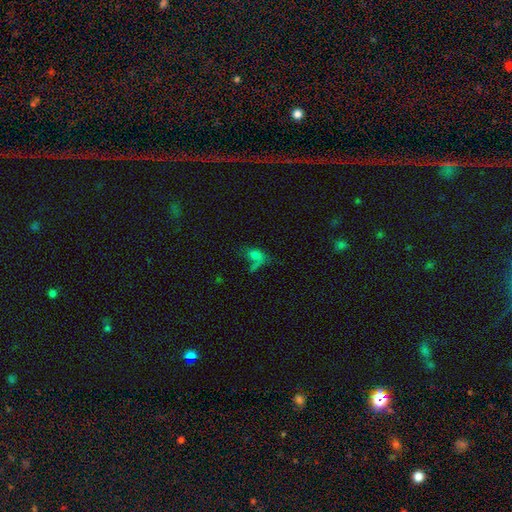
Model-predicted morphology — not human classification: This is possibly a smooth galaxy (58%). How rounded: likely in between (78%). Merging: marginally none (32%).